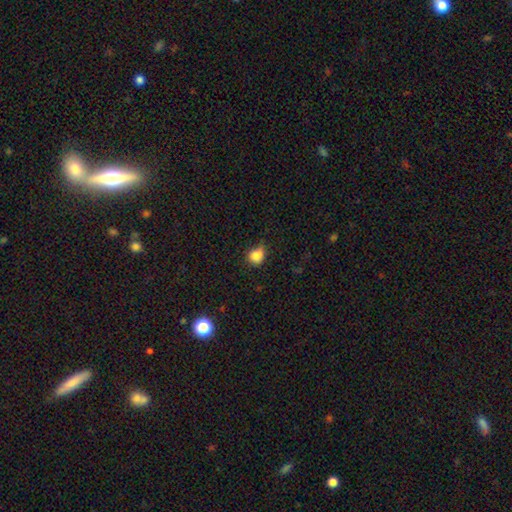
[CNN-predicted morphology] Overall: smooth (83%). How rounded: round (68%; in between 31%). Merging: none (52%; minor disturbance 36%).